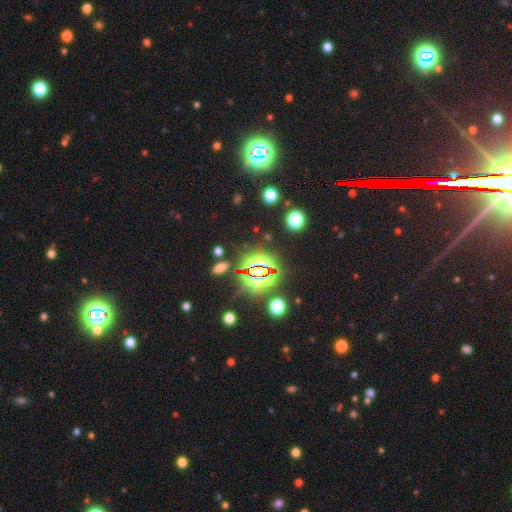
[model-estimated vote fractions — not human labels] smooth_or_featured: star or artifact (p=0.82) [alt: smooth p=0.09]